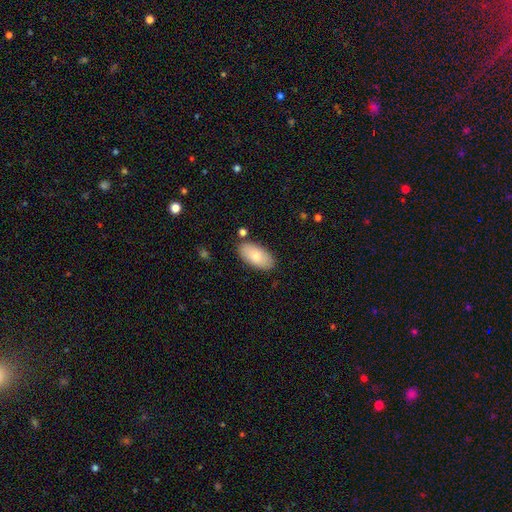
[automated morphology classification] Smooth or featured? Predicted: smooth (p=0.80). How rounded? Predicted: in between (p=0.94). Merging? Predicted: none (p=0.83).